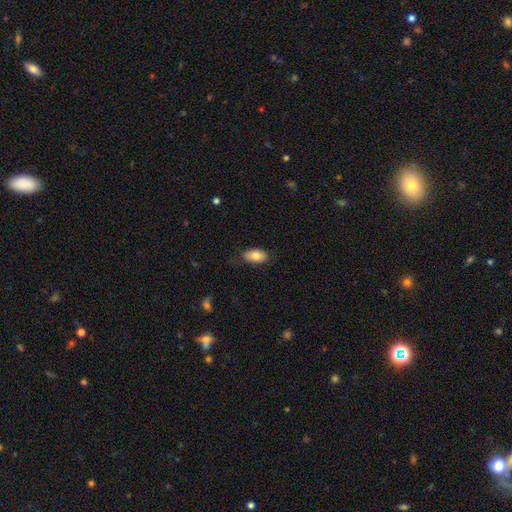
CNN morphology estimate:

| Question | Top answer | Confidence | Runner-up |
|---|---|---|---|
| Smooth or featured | smooth | 82% | featured or disk (11%) |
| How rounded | in between | 92% | round (4%) |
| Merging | none | 79% | minor disturbance (17%) |